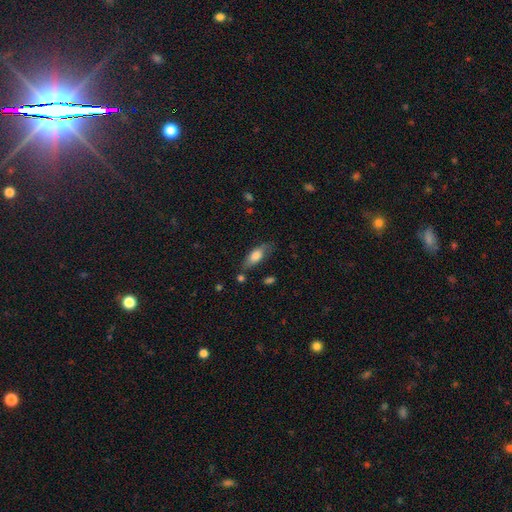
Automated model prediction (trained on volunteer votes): Smooth or featured? smooth (71%)
How rounded? in between (74%)
Merging? none (65%)